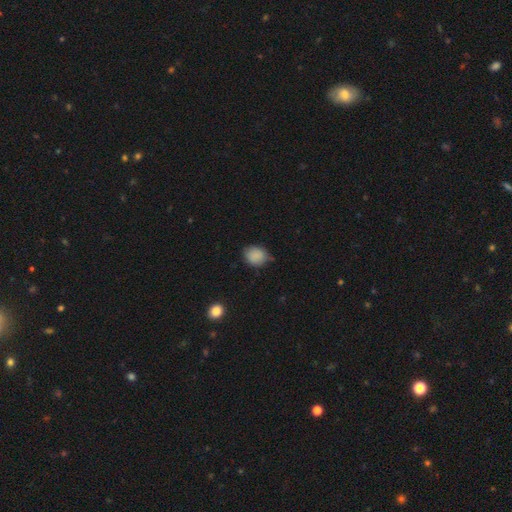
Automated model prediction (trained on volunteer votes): Morphology: type=smooth (86%); roundness=round (63%); merging=none (63%).